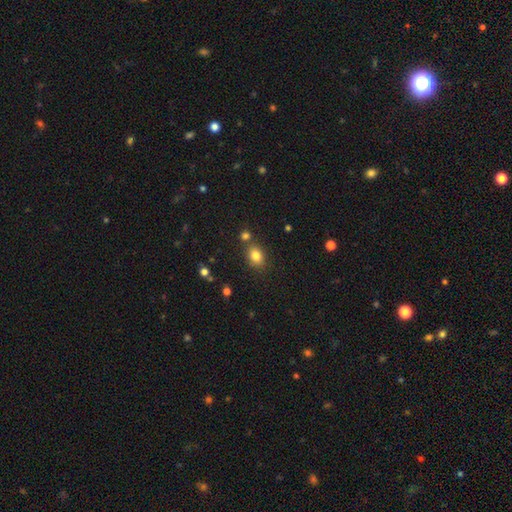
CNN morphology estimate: Smooth or featured? Predicted: smooth (p=0.82). How rounded? Predicted: in between (p=0.65). Merging? Predicted: none (p=0.73).